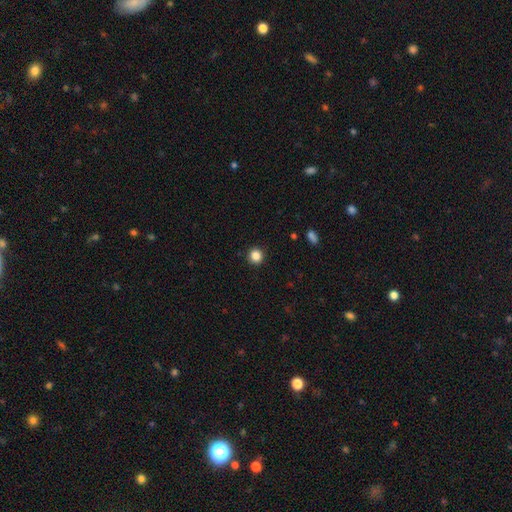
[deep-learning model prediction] smooth_or_featured: smooth (p=0.86) [alt: star or artifact p=0.11]
how_rounded: round (p=0.92) [alt: in between p=0.07]
merging: none (p=0.92) [alt: minor disturbance p=0.05]